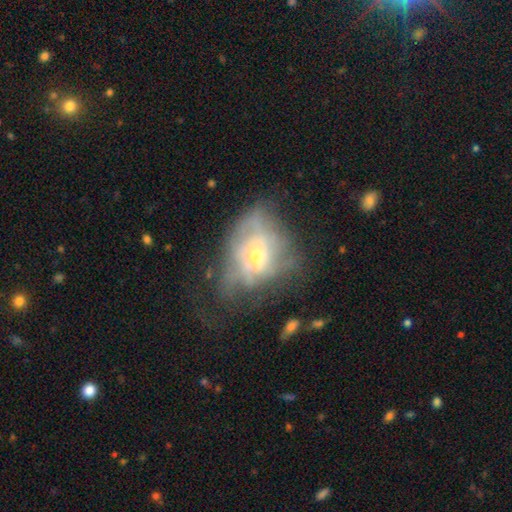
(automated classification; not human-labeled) This is possibly a featured or disk galaxy (60%). It is clearly not viewed edge-on (94%). Bar: likely no (80%). Spiral arm pattern: possibly no (52%). Central bulge: possibly moderate (53%). Merging: marginally none (38%).